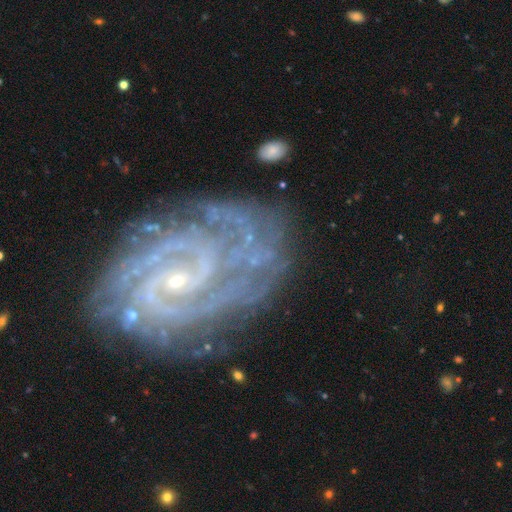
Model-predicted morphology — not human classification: smooth-or-featured: featured or disk: 92% | star or artifact: 5% | smooth: 3%
  disk-edge-on: no: 98% | yes: 2%
    bar: no: 51% | weak: 35% | strong: 13%
    has-spiral-arms: yes: 98% | no: 2%
      spiral-winding: tight: 72% | medium: 24% | loose: 4%
      spiral-arm-count: 2: 46% | 3: 16% | can't tell: 14% | 4: 10% | more than 4: 7% | 1: 7%
    bulge-size: small: 83% | moderate: 12% | none: 3% | large: 1% | dominant: 1%
  merging: none: 73% | minor disturbance: 18% | major disturbance: 7% | merger: 2%